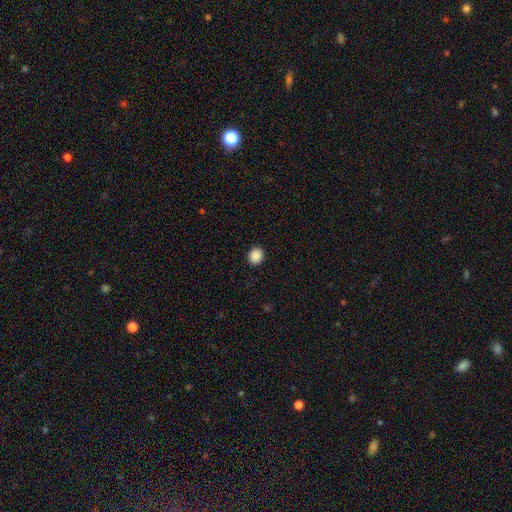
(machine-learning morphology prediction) Q: Smooth or featured?
A: smooth (88%); runner-up: star or artifact (9%)
Q: How rounded?
A: round (79%); runner-up: in between (20%)
Q: Merging?
A: none (93%); runner-up: minor disturbance (5%)